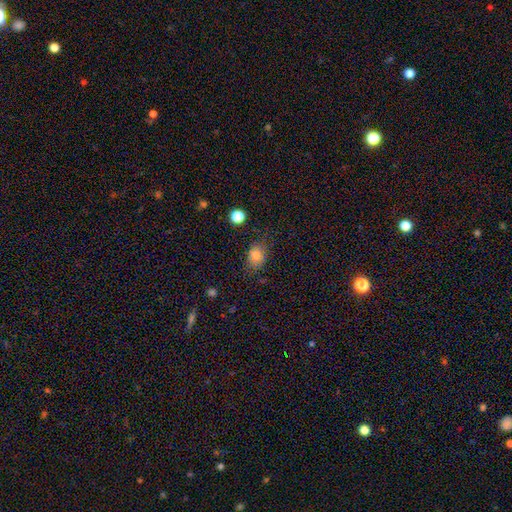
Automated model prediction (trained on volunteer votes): smooth 81%, star or artifact 11%, featured or disk 8%. Down the decision tree: how rounded — in between (61%); merging — none (76%).